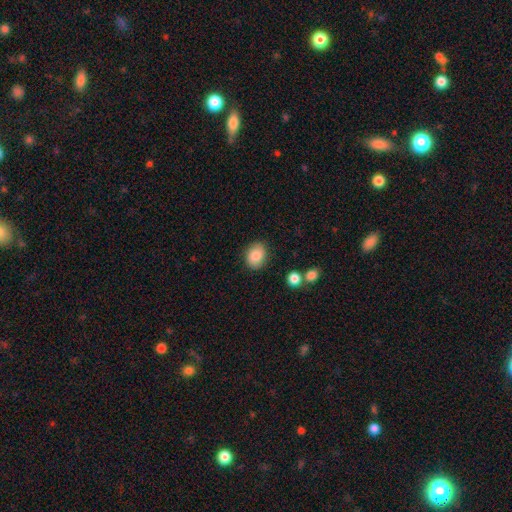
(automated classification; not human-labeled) smooth 84%, featured or disk 9%, star or artifact 8%. Down the decision tree: how rounded — in between (59%); merging — none (83%).